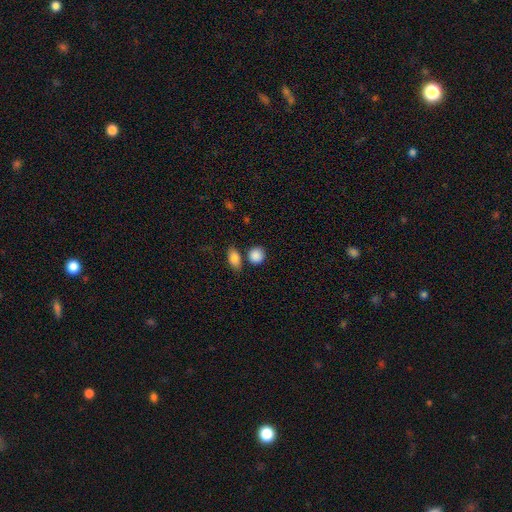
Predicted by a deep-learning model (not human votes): This is clearly a smooth galaxy (88%). How rounded: likely round (75%). Merging: likely none (72%).